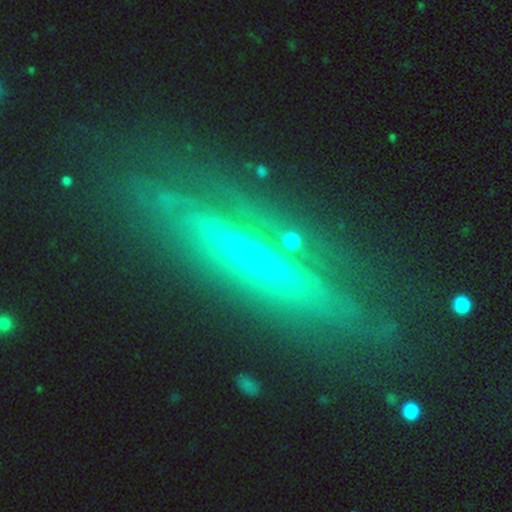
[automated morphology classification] Smooth or featured? Predicted: featured or disk (p=0.68). Edge-on disk? Predicted: yes (p=0.68). Merging? Predicted: none (p=0.70).